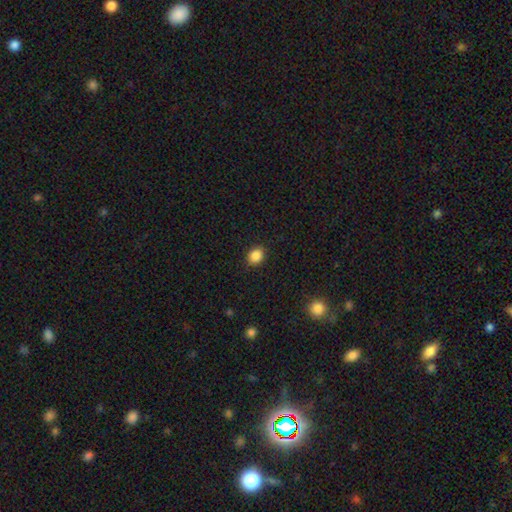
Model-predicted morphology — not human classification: Smooth or featured? Predicted: smooth (p=0.86). How rounded? Predicted: round (p=0.57). Merging? Predicted: none (p=0.89).